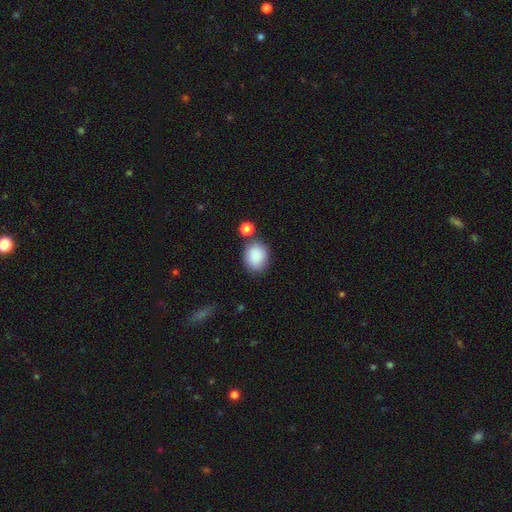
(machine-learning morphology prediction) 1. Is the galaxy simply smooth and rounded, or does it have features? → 88% smooth, 8% star or artifact, 5% featured or disk.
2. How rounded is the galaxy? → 53% round, 46% in between, 1% cigar-shaped.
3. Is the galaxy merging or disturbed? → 70% none, 14% minor disturbance, 12% merger, 4% major disturbance.